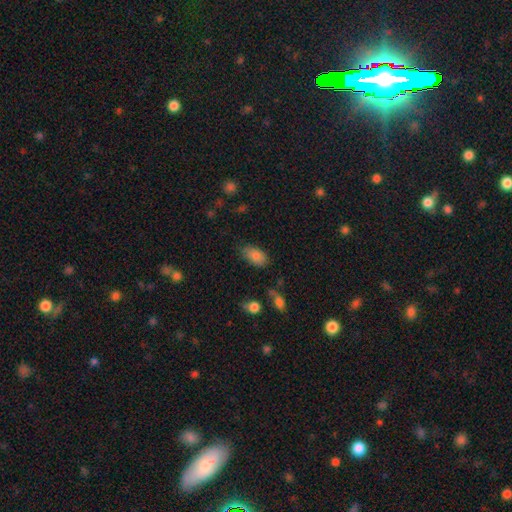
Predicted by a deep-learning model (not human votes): Q: Smooth or featured?
A: smooth (84%); runner-up: featured or disk (8%)
Q: How rounded?
A: in between (93%); runner-up: round (5%)
Q: Merging?
A: none (74%); runner-up: minor disturbance (20%)